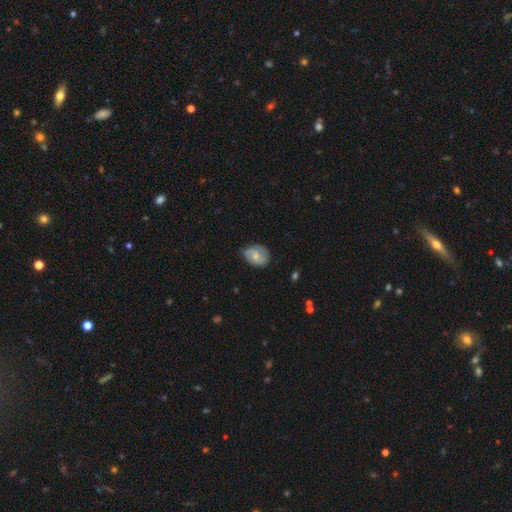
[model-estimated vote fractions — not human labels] featured or disk 58%, smooth 35%, star or artifact 7%. Down the decision tree: edge-on disk — no (97%); bar — no (51%); spiral arms — yes (87%); bulge size — moderate (48%); merging — none (65%).